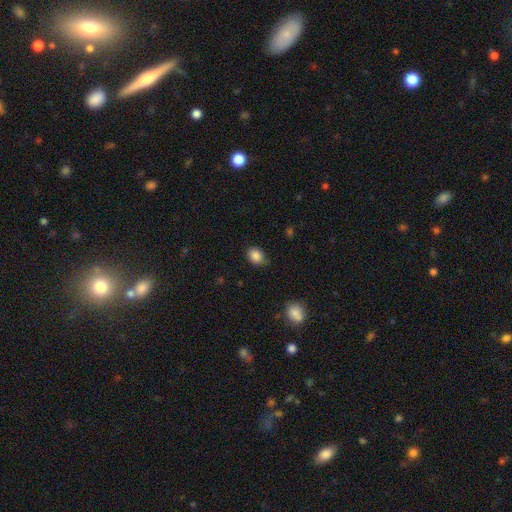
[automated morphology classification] Smooth or featured?
  - smooth: 86% *
  - star or artifact: 9%
  - featured or disk: 5%
How rounded?
  - in between: 58% *
  - round: 41%
  - cigar-shaped: 1%
Merging?
  - none: 70% *
  - minor disturbance: 24%
  - major disturbance: 4%
  - merger: 2%